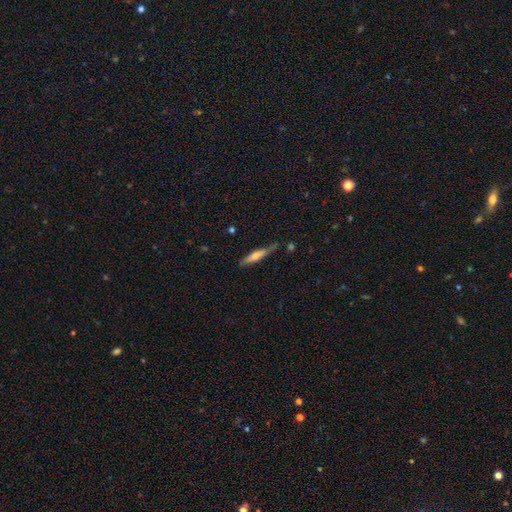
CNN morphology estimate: Q: Smooth or featured?
A: smooth (50%); runner-up: featured or disk (44%)
Q: Merging?
A: none (69%); runner-up: minor disturbance (22%)